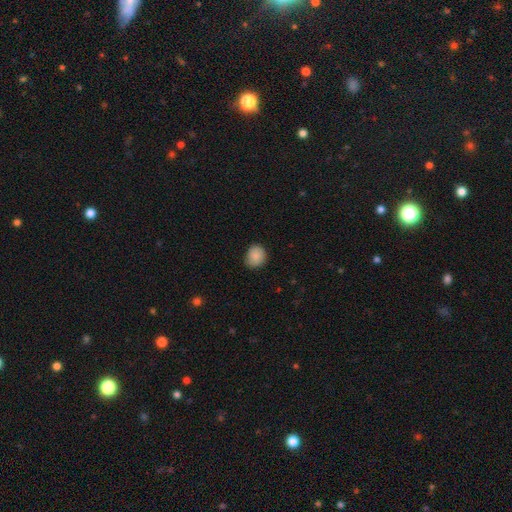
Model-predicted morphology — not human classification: Smooth or featured?
  - smooth: 87% *
  - star or artifact: 8%
  - featured or disk: 6%
How rounded?
  - round: 75% *
  - in between: 25%
  - cigar-shaped: 1%
Merging?
  - none: 77% *
  - minor disturbance: 19%
  - major disturbance: 3%
  - merger: 1%